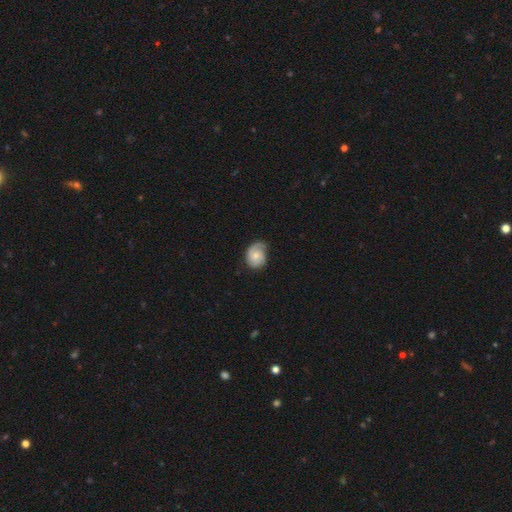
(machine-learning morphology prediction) smooth_or_featured: featured or disk (p=0.57) [alt: smooth p=0.36]
disk_edge_on: no (p=0.97) [alt: yes p=0.03]
bar: no (p=0.73) [alt: weak p=0.24]
has_spiral_arms: yes (p=0.90) [alt: no p=0.10]
spiral_winding: tight (p=0.47) [alt: medium p=0.35]
spiral_arm_count: 1 (p=0.42) [alt: 2 p=0.41]
bulge_size: small (p=0.50) [alt: moderate p=0.39]
merging: none (p=0.57) [alt: minor disturbance p=0.29]